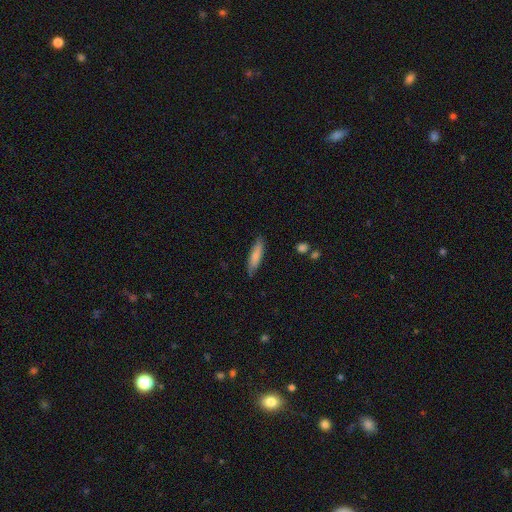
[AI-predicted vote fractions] smooth_or_featured: smooth (p=0.77) [alt: featured or disk p=0.17]
how_rounded: cigar-shaped (p=0.74) [alt: in between p=0.25]
merging: none (p=0.81) [alt: minor disturbance p=0.15]